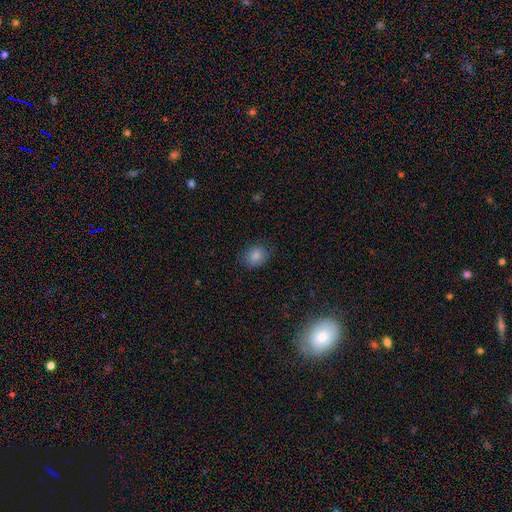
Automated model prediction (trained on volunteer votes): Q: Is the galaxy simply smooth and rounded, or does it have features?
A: smooth — 83%.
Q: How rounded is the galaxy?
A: round — 55%.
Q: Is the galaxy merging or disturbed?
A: none — 78%.